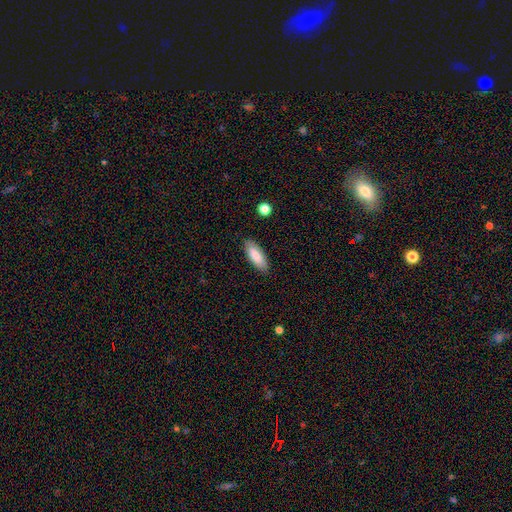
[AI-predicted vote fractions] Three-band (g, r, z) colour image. It shows a smooth galaxy with no disk features (82%) that is in between round and cigar-shaped (71%). Merging: none (85%).